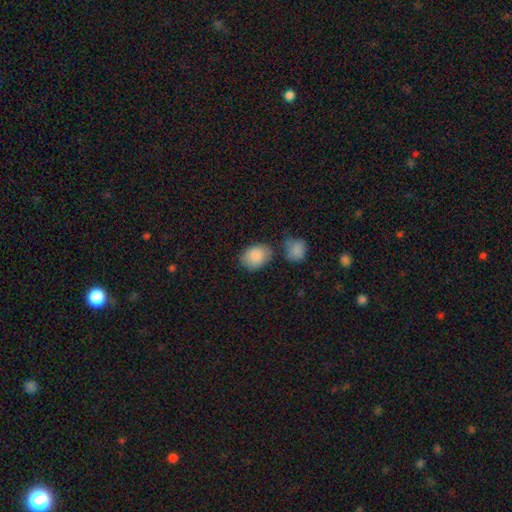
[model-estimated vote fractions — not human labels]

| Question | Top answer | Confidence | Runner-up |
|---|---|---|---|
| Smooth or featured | smooth | 88% | star or artifact (7%) |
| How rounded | in between | 72% | round (27%) |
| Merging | none | 66% | minor disturbance (17%) |